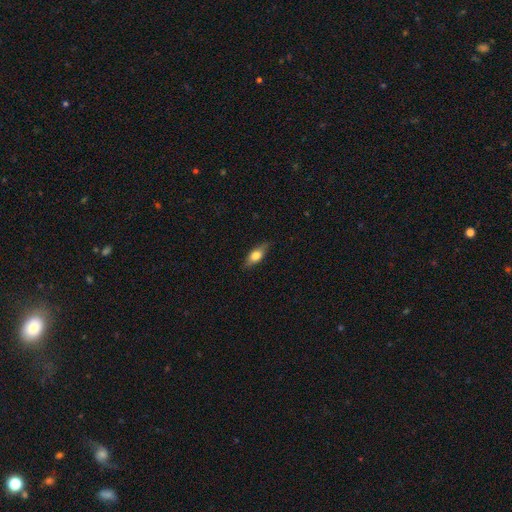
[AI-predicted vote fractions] The model was most divided on "smooth or featured": smooth: 65%, featured or disk: 28%, star or artifact: 7%. More confident: merging — none (83%); how rounded — in between (72%).